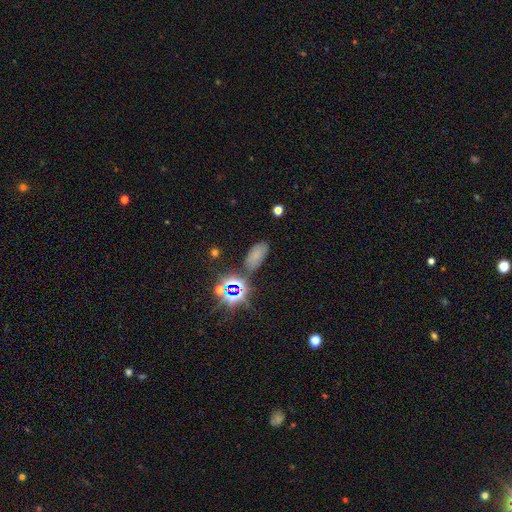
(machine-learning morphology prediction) Smooth or featured? smooth (53%)
How rounded? in between (88%)
Merging? none (75%)